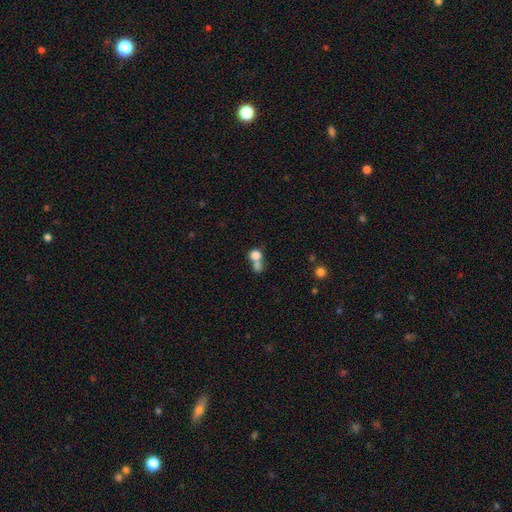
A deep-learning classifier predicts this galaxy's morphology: smooth 77%, featured or disk 12%, star or artifact 11%. Down the decision tree: how rounded — round (70%); merging — merger (62%).